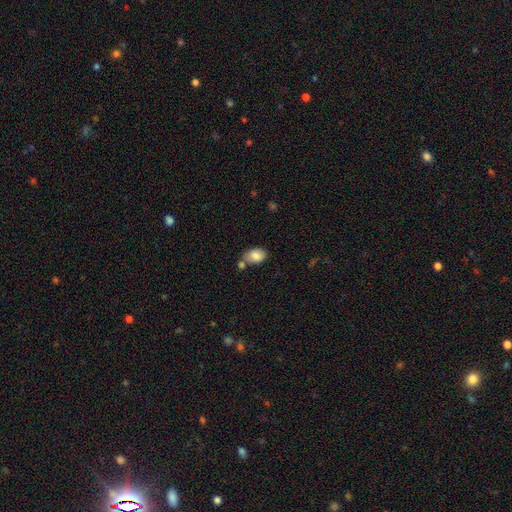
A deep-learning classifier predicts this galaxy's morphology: Smooth or featured? Predicted: smooth (p=0.83). How rounded? Predicted: in between (p=0.87). Merging? Predicted: none (p=0.56).